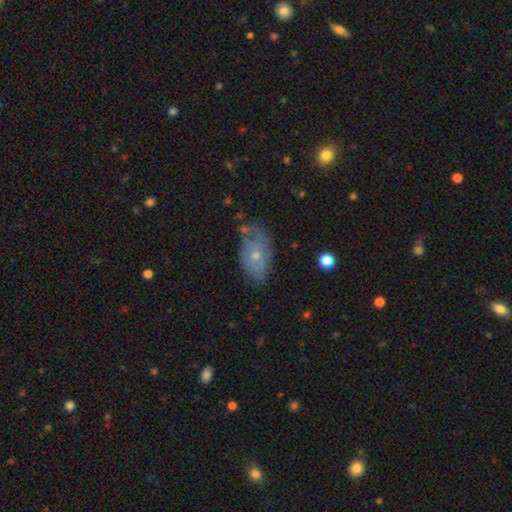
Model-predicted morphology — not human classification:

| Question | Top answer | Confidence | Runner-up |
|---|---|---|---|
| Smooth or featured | featured or disk | 46% | smooth (45%) |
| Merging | none | 55% | minor disturbance (30%) |